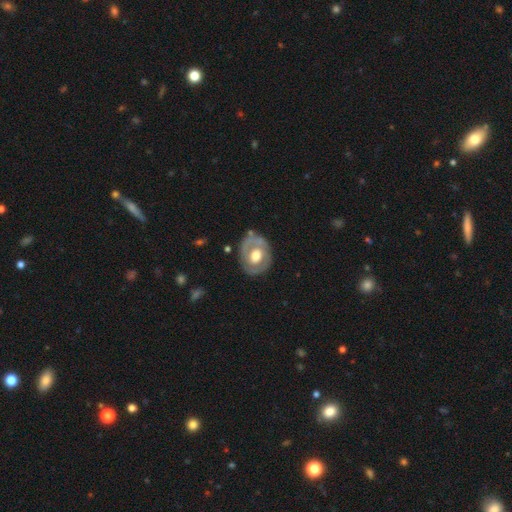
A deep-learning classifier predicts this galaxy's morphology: This is likely a featured or disk galaxy (63%). It is clearly not viewed edge-on (95%). Bar: likely no (69%). Spiral arm pattern: likely no (61%). Central bulge: possibly moderate (56%). Merging: likely none (71%).